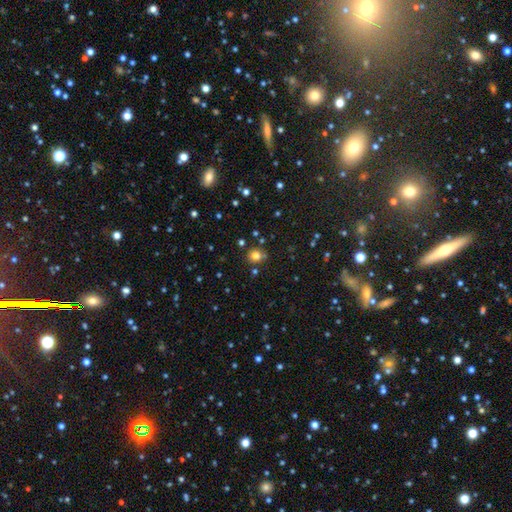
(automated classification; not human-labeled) Smooth or featured? smooth (77%)
How rounded? round (83%)
Merging? none (82%)